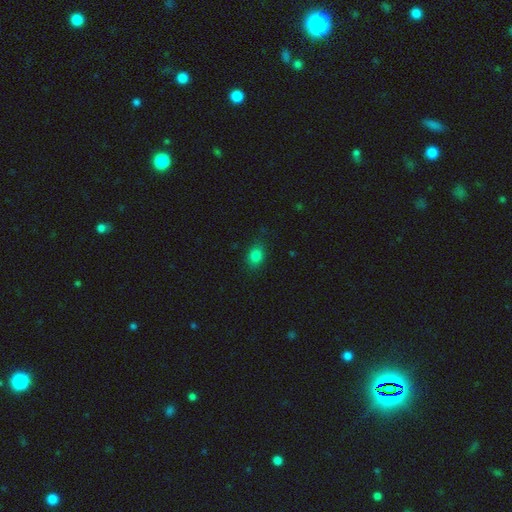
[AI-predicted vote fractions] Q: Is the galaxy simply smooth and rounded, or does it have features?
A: smooth — 83%.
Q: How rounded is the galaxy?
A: in between — 70%.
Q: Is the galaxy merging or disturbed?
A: none — 82%.